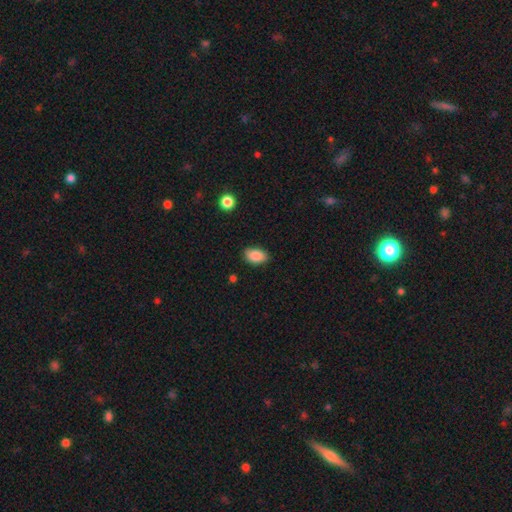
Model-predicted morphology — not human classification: The model was most divided on "merging": none: 85%, minor disturbance: 11%, major disturbance: 2%, merger: 1%. More confident: how rounded — in between (91%); smooth or featured — smooth (89%).